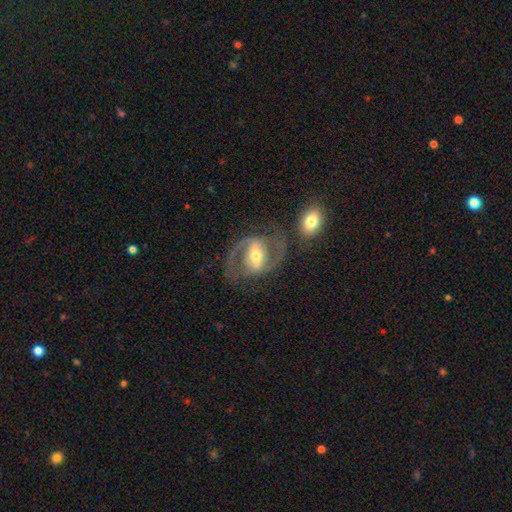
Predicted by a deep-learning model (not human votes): Morphology: type=featured or disk (87%); edge-on=no (97%); bar=strong (60%); spiral arms=yes (94%); winding=medium (60%); arm count=2 (91%); bulge=moderate (63%); merging=none (70%).